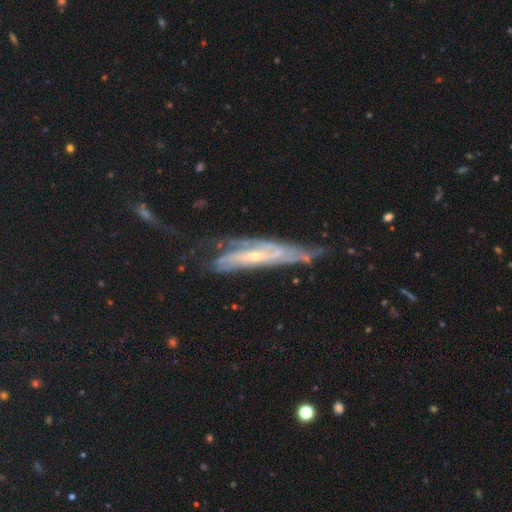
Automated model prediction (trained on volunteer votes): Overall: featured or disk (80%). Edge-on disk: no (64%; yes 36%). Bar: no (54%; weak 31%). Spiral arms: yes (89%). Bulge size: small (71%). Merging: none (50%; minor disturbance 28%).